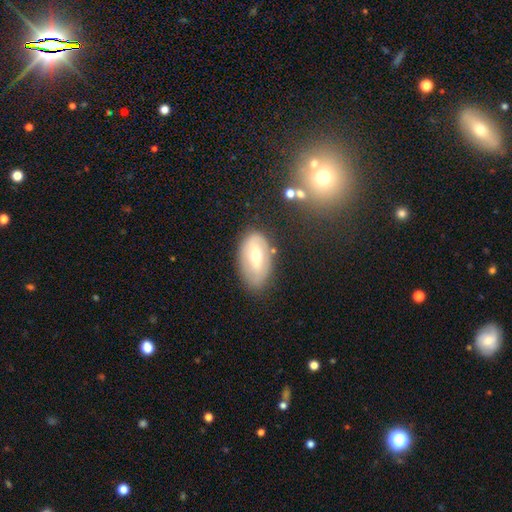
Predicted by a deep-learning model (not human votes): Overall: featured or disk (50%; smooth 42%). Merging: none (72%).